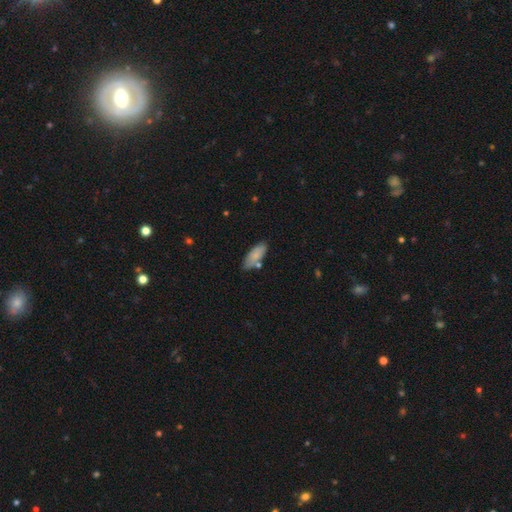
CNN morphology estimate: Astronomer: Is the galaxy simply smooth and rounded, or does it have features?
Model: smooth — 78%.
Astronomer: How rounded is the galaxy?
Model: in between — 80%.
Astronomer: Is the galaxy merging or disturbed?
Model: none — 71%.